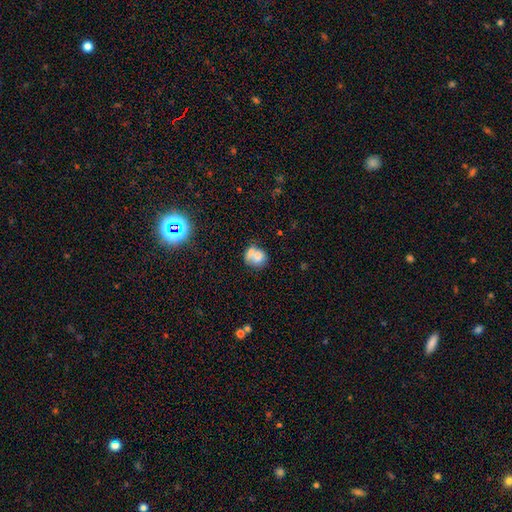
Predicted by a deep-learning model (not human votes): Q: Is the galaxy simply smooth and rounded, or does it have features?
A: smooth — 70%.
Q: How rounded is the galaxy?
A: round — 65%.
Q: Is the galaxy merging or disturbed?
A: merger — 54%.